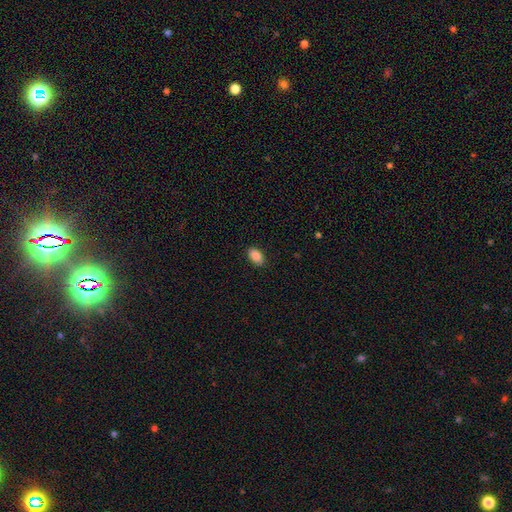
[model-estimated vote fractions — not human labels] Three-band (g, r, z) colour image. It shows a smooth galaxy with no disk features (88%) that is in between round and cigar-shaped (92%). Merging: none (88%).